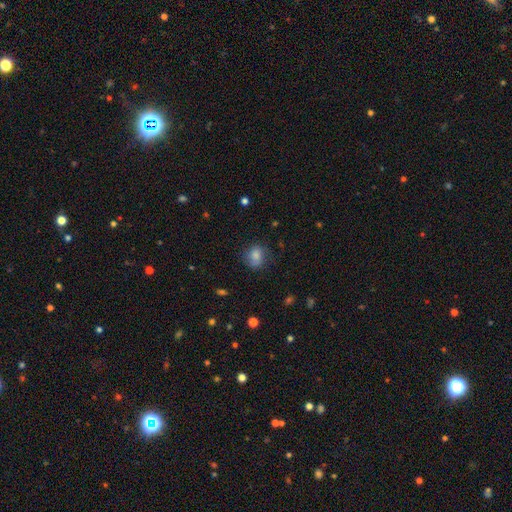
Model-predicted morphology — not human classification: Overall: smooth (76%). How rounded: round (61%; in between 38%). Merging: none (65%).